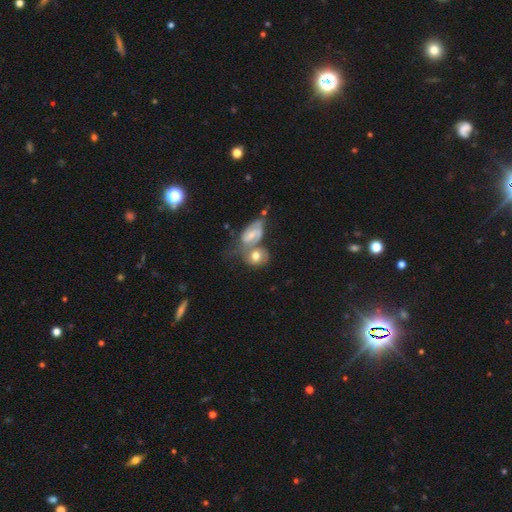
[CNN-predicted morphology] smooth_or_featured: smooth (p=0.54) [alt: featured or disk p=0.37]
how_rounded: round (p=0.54) [alt: in between p=0.44]
merging: merger (p=0.54) [alt: none p=0.25]